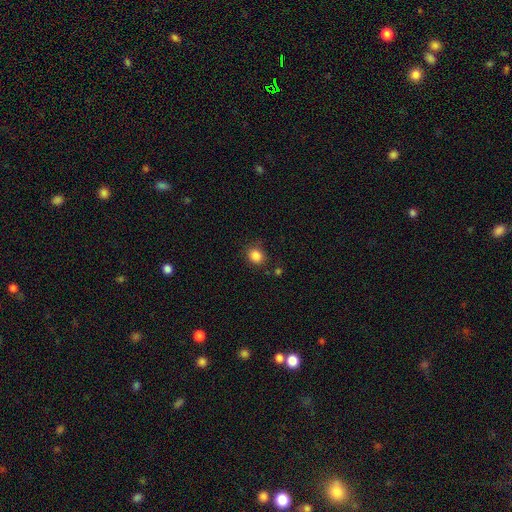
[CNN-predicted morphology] Smooth or featured?
  - smooth: 85% *
  - star or artifact: 11%
  - featured or disk: 4%
How rounded?
  - round: 71% *
  - in between: 28%
  - cigar-shaped: 1%
Merging?
  - none: 81% *
  - minor disturbance: 12%
  - major disturbance: 4%
  - merger: 3%